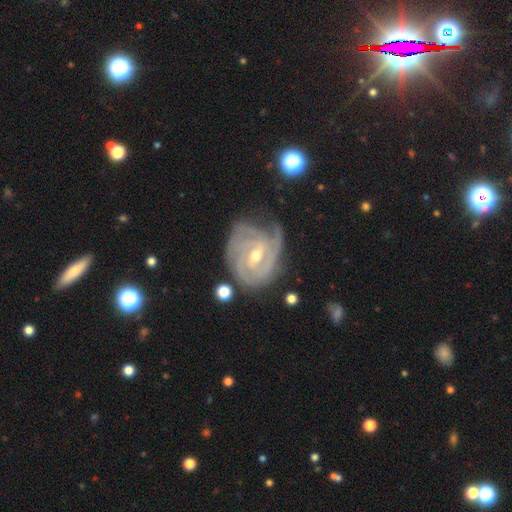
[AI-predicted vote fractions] A featured or disk galaxy (90%) with a weak bar (52%), 3 (35%) tight (74%) spiral arms (97%) and a moderate central bulge (56%). Merging: none (61%).